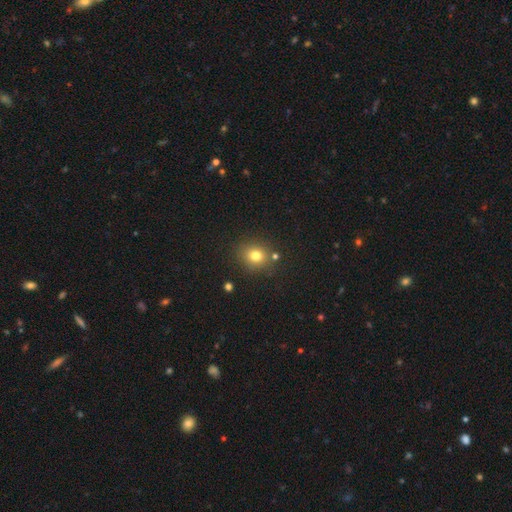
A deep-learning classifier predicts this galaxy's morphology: Smooth or featured: smooth — 76% (star or artifact — 15%)
How rounded: round — 75% (in between — 24%)
Merging: none — 80% (minor disturbance — 10%)